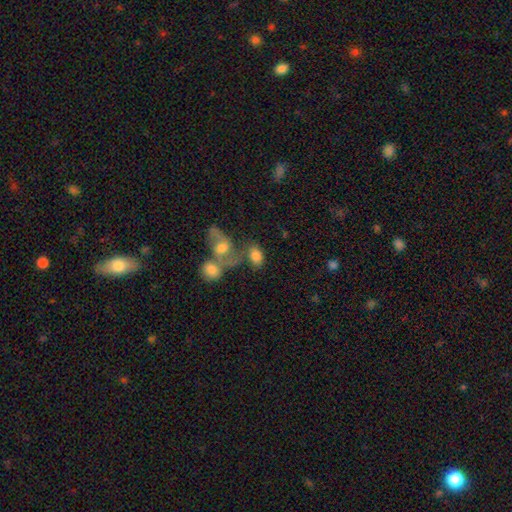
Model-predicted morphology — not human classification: Overall: smooth (74%). How rounded: in between (82%). Merging: merger (42%; none 35%).